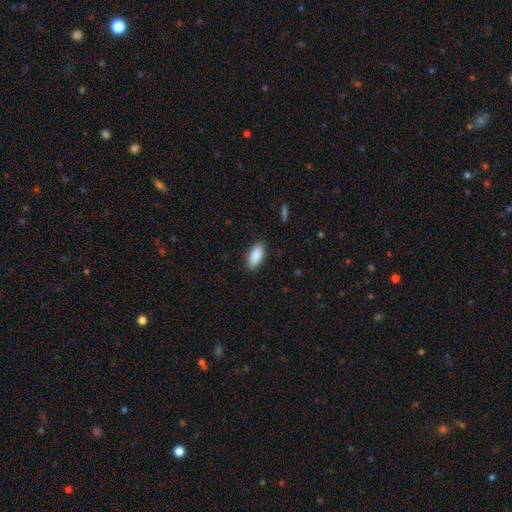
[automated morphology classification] A smooth galaxy with no disk features (88%) that is in between round and cigar-shaped (88%).

Vote fractions:
- Smooth or featured? smooth: 88% / star or artifact: 6% / featured or disk: 6%
- How rounded? in between: 88% / cigar-shaped: 10% / round: 2%
- Merging? none: 88% / minor disturbance: 8% / major disturbance: 2% / merger: 1%